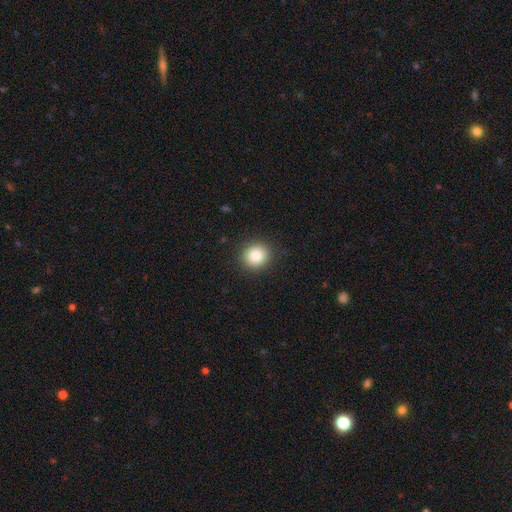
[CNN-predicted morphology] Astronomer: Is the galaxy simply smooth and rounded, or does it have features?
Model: smooth — 85%.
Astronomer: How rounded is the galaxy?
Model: round — 89%.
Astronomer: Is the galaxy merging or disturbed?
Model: none — 91%.